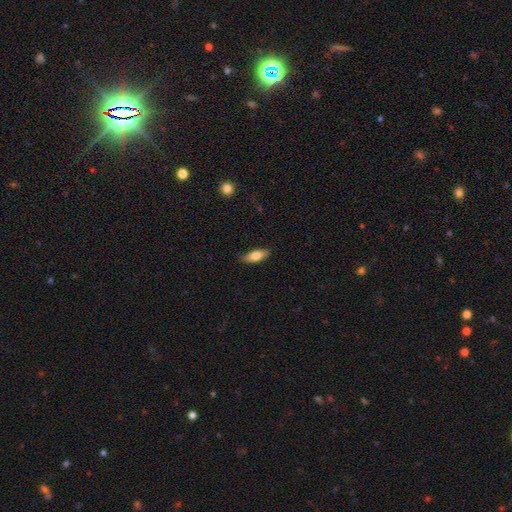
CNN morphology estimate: Smooth or featured? Predicted: smooth (p=0.75). How rounded? Predicted: in between (p=0.67). Merging? Predicted: none (p=0.83).